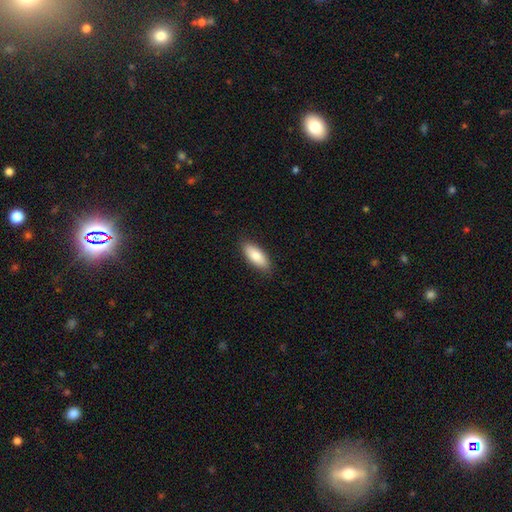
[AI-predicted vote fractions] Smooth or featured?
  - smooth: 83% *
  - featured or disk: 11%
  - star or artifact: 6%
How rounded?
  - in between: 79% *
  - cigar-shaped: 19%
  - round: 2%
Merging?
  - none: 87% *
  - minor disturbance: 10%
  - major disturbance: 2%
  - merger: 1%